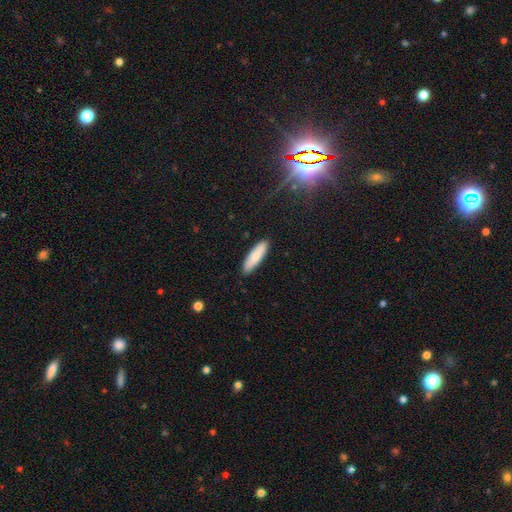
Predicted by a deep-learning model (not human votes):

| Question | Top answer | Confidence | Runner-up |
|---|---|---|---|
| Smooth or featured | smooth | 85% | featured or disk (9%) |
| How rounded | cigar-shaped | 64% | in between (34%) |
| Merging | none | 90% | minor disturbance (8%) |